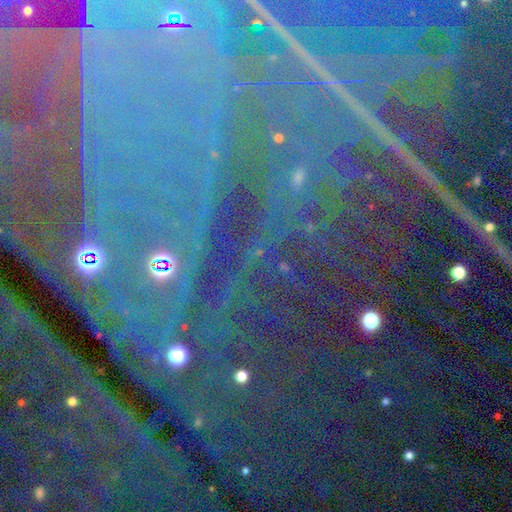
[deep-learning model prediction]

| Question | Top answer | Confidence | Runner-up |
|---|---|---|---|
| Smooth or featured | star or artifact | 88% | featured or disk (7%) |